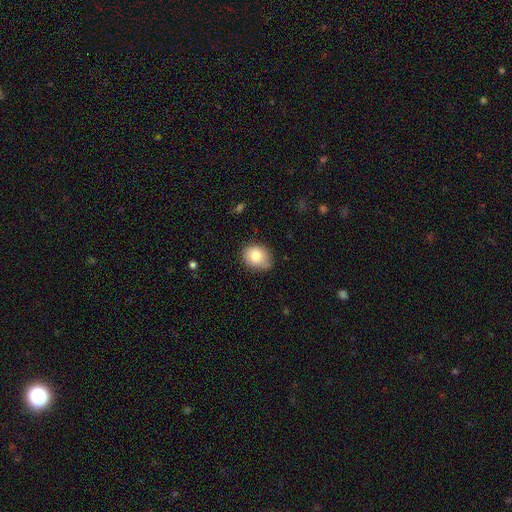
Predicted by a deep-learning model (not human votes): A smooth galaxy with no disk features (83%) that is round (55%). Merging: none (71%).